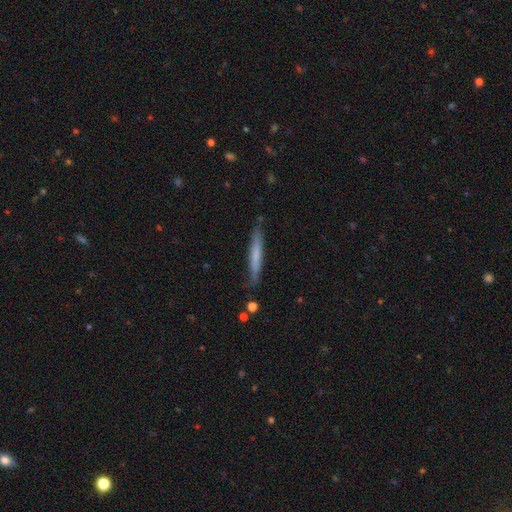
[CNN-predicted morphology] Smooth or featured? Predicted: smooth (p=0.63). How rounded? Predicted: cigar-shaped (p=0.95). Merging? Predicted: none (p=0.82).